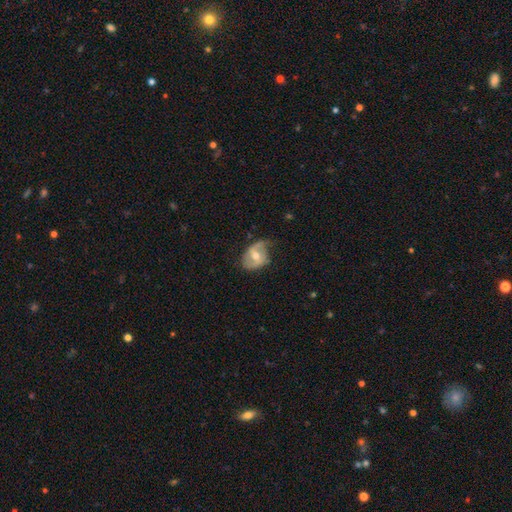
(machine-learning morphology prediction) Smooth or featured? Predicted: featured or disk (p=0.63). Edge-on disk? Predicted: no (p=0.96). Bar? Predicted: weak (p=0.45). Spiral arms? Predicted: yes (p=0.75). Bulge size? Predicted: moderate (p=0.66). Merging? Predicted: none (p=0.49).